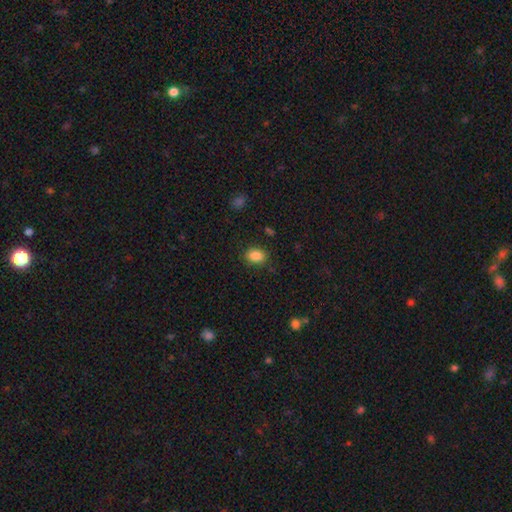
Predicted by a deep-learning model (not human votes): This appears to be a smooth galaxy with no disk features (86%) that is in between round and cigar-shaped (74%). Merging: none (85%).